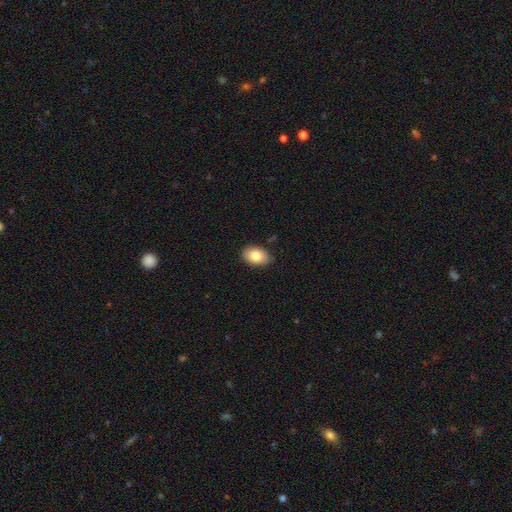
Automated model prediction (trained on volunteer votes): Overall: smooth (83%). How rounded: in between (84%). Merging: none (84%).